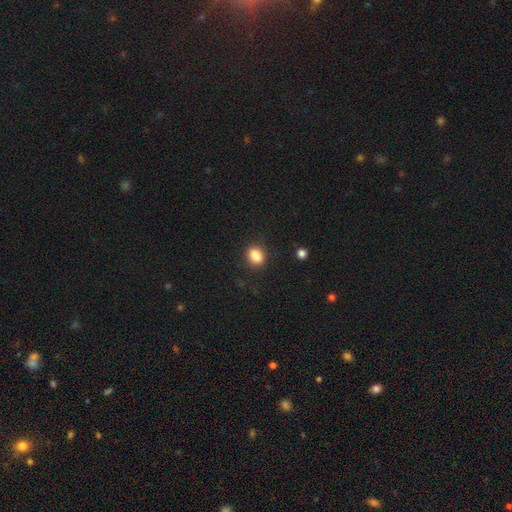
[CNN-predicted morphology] smooth 86%, star or artifact 10%, featured or disk 4%. Down the decision tree: how rounded — in between (61%); merging — none (86%).